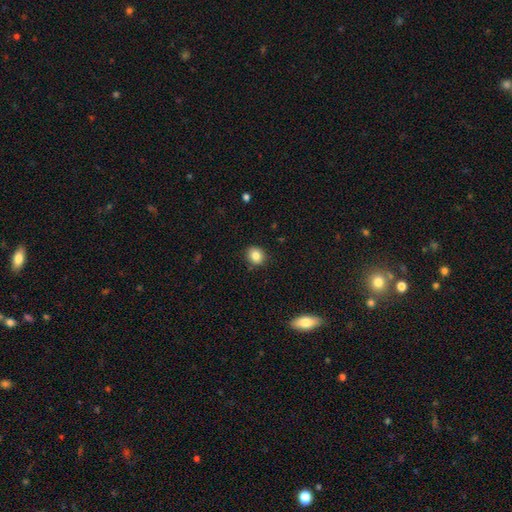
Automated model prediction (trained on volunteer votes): Smooth or featured: smooth — 84% (star or artifact — 10%)
How rounded: round — 75% (in between — 24%)
Merging: none — 89% (minor disturbance — 8%)